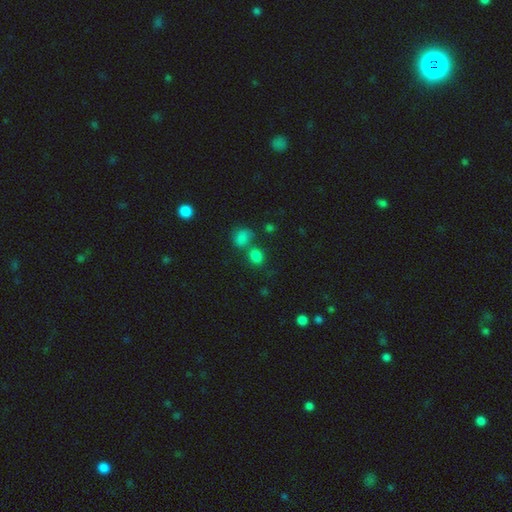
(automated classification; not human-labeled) Q: Smooth or featured?
A: smooth (80%); runner-up: star or artifact (15%)
Q: How rounded?
A: round (60%); runner-up: in between (39%)
Q: Merging?
A: none (53%); runner-up: merger (32%)